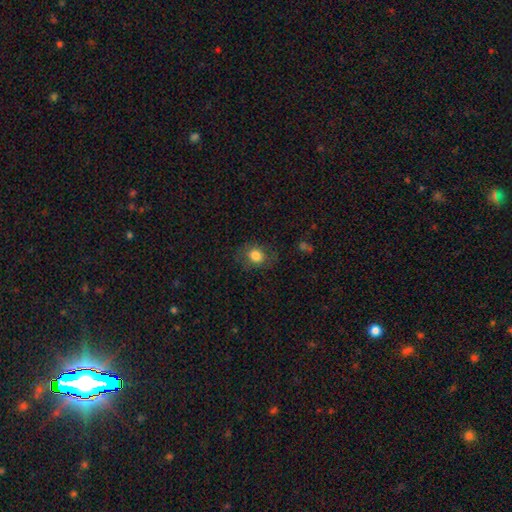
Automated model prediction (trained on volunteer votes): Smooth or featured? Predicted: smooth (p=0.81). How rounded? Predicted: round (p=0.61). Merging? Predicted: none (p=0.76).